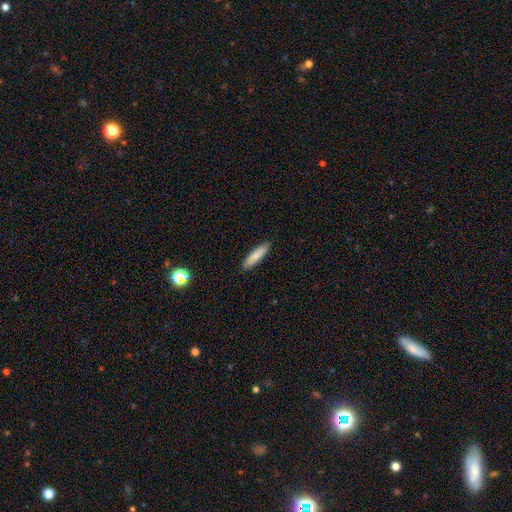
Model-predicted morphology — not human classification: Smooth or featured? smooth (82%)
How rounded? cigar-shaped (81%)
Merging? none (90%)